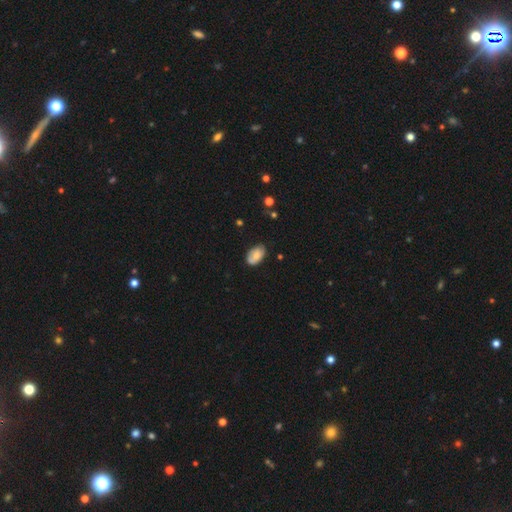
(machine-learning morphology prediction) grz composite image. It shows a smooth galaxy with no disk features (70%) that is in between round and cigar-shaped (91%). Merging: none (67%).